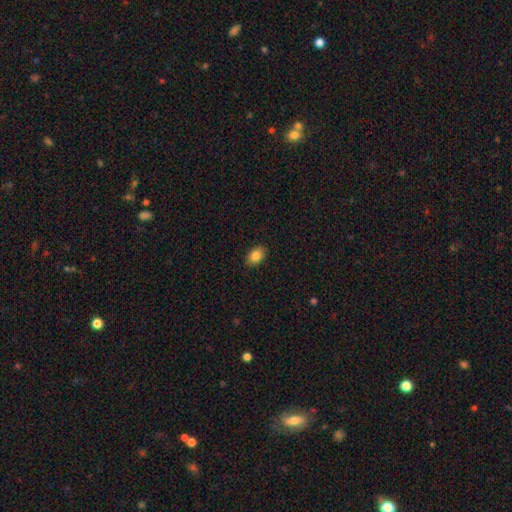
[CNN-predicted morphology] This is clearly a smooth galaxy (86%). How rounded: clearly in between (84%). Merging: clearly none (89%).